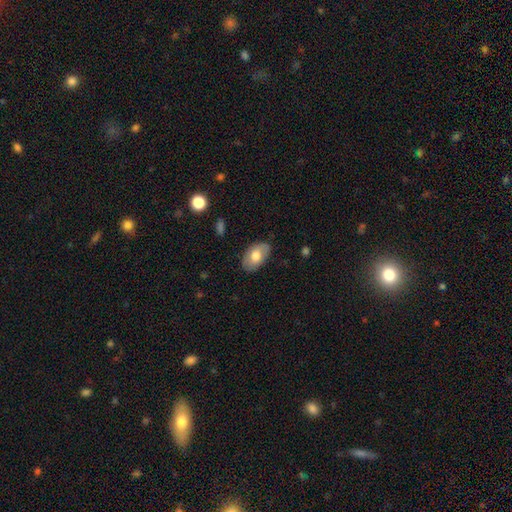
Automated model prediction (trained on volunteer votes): The model was most divided on "smooth or featured": smooth: 71%, featured or disk: 23%, star or artifact: 6%. More confident: how rounded — in between (92%); merging — none (82%).